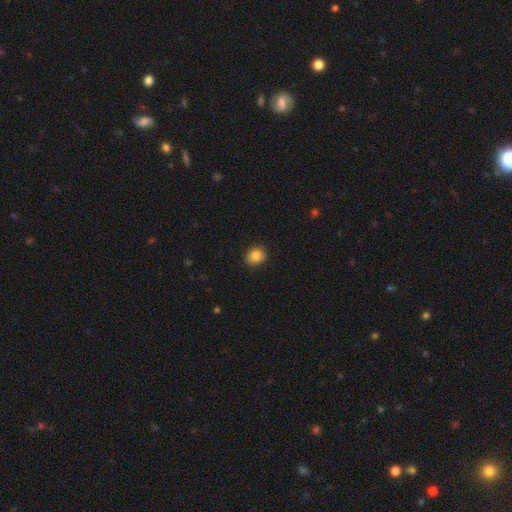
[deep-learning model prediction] smooth-or-featured: smooth: 84% | star or artifact: 9% | featured or disk: 7%
  how-rounded: round: 55% | in between: 44% | cigar-shaped: 1%
  merging: none: 85% | minor disturbance: 12% | major disturbance: 2% | merger: 1%